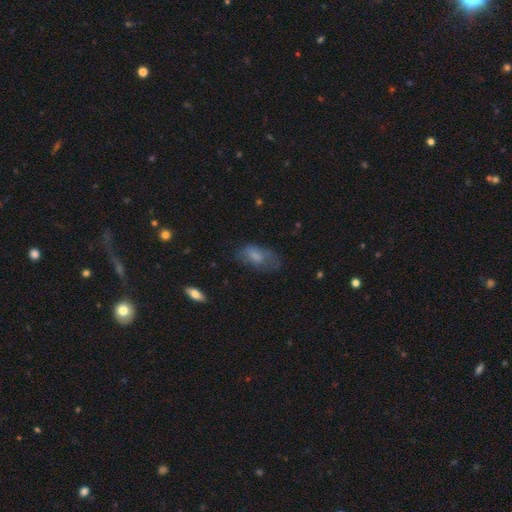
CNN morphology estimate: type=smooth (68%); roundness=in between (89%); merging=none (45%).